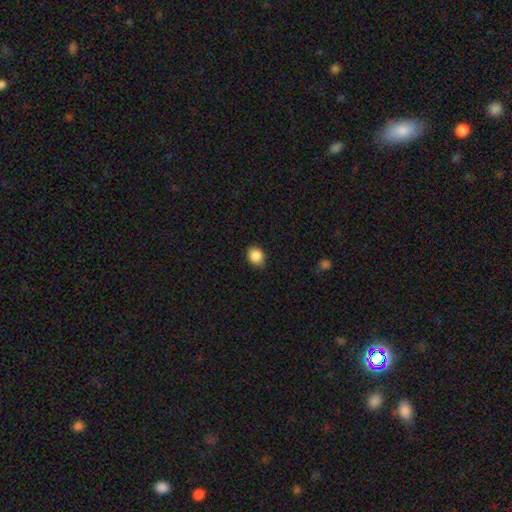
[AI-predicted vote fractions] This is clearly a smooth galaxy (87%). How rounded: possibly round (55%). Merging: clearly none (82%).